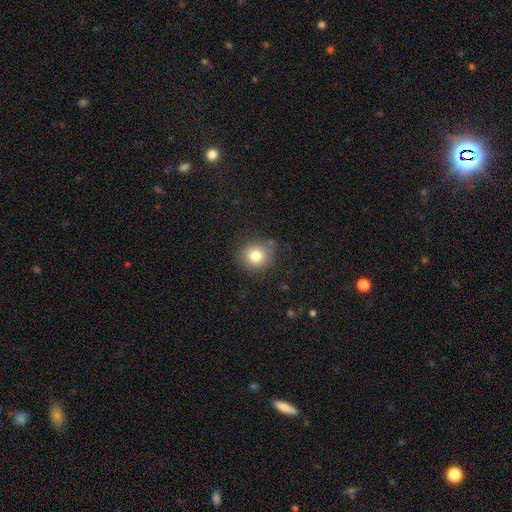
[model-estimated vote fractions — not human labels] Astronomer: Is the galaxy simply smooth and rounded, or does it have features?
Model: smooth — 79%.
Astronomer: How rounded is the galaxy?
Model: round — 86%.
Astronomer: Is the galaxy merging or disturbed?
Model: none — 81%.